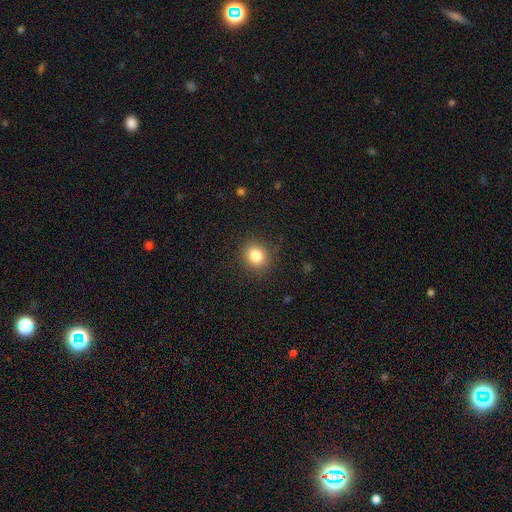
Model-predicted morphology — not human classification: A smooth galaxy with no disk features (83%) that is round (80%).

Vote fractions:
- Smooth or featured? smooth: 83% / star or artifact: 11% / featured or disk: 6%
- How rounded? round: 80% / in between: 19% / cigar-shaped: 1%
- Merging? none: 88% / minor disturbance: 8% / major disturbance: 3% / merger: 1%